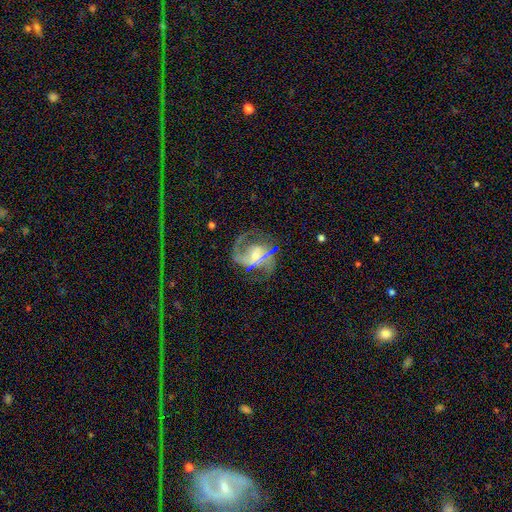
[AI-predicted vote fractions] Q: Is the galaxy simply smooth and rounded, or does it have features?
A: featured or disk — 80%.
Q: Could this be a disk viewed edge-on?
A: no — 97%.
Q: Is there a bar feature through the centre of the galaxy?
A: no — 60%.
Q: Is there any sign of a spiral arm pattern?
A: yes — 88%.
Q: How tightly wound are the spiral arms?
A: medium — 47%.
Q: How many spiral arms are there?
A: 2 — 56%.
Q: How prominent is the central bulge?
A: small — 48%.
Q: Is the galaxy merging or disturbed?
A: none — 49%.